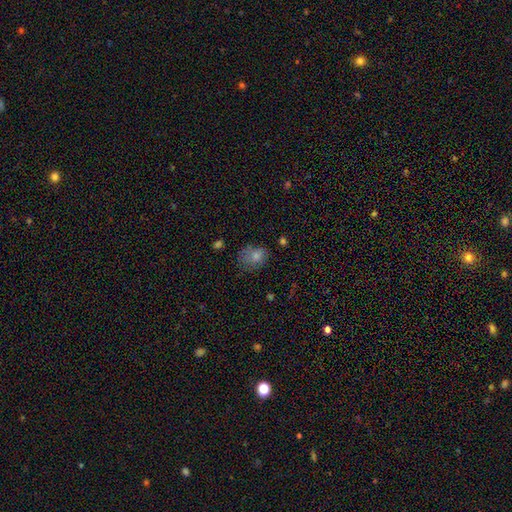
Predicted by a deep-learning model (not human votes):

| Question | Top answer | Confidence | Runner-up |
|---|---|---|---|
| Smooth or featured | smooth | 66% | star or artifact (19%) |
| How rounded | in between | 55% | round (43%) |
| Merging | none | 51% | minor disturbance (29%) |